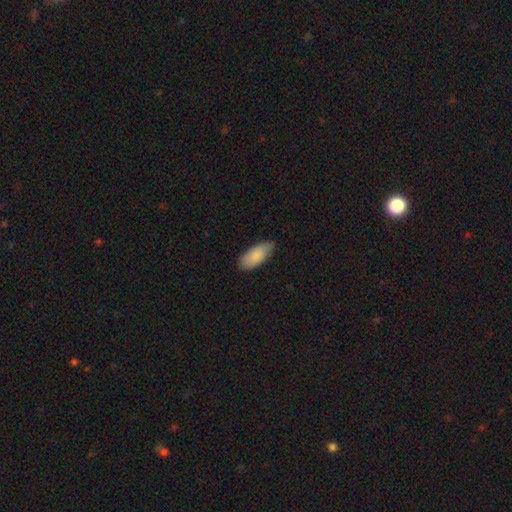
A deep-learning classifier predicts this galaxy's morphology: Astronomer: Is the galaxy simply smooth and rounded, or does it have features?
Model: smooth — 87%.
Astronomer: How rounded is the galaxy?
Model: in between — 86%.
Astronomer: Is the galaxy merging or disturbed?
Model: none — 78%.